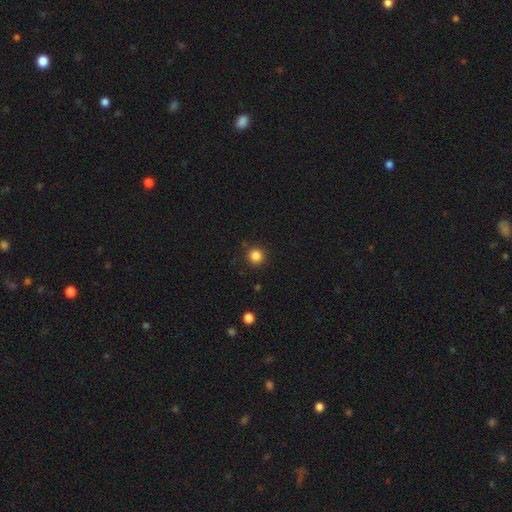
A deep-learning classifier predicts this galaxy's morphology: smooth-or-featured: smooth: 84% | star or artifact: 12% | featured or disk: 4%
  how-rounded: round: 95% | in between: 4% | cigar-shaped: 1%
  merging: none: 89% | minor disturbance: 7% | major disturbance: 2% | merger: 2%